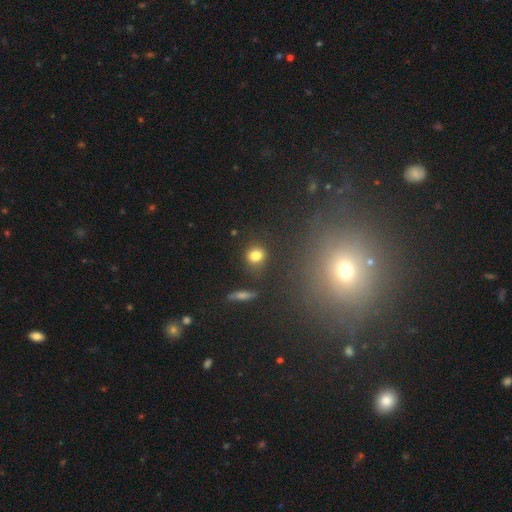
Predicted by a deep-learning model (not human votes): Morphology: type=smooth (81%); roundness=round (74%); merging=none (78%).